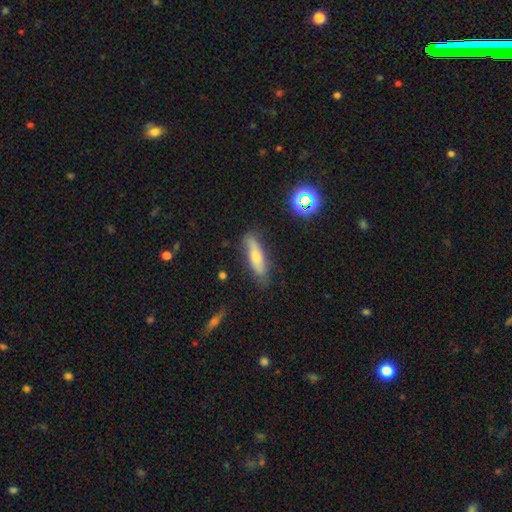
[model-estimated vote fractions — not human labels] This appears to be a smooth galaxy with no disk features (51%) that is cigar-shaped (69%). Merging: none (81%).